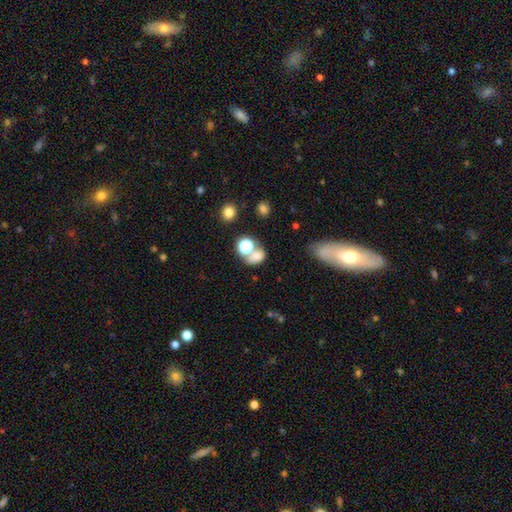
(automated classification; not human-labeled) Smooth or featured? Predicted: smooth (p=0.65). How rounded? Predicted: round (p=0.51). Merging? Predicted: merger (p=0.42).